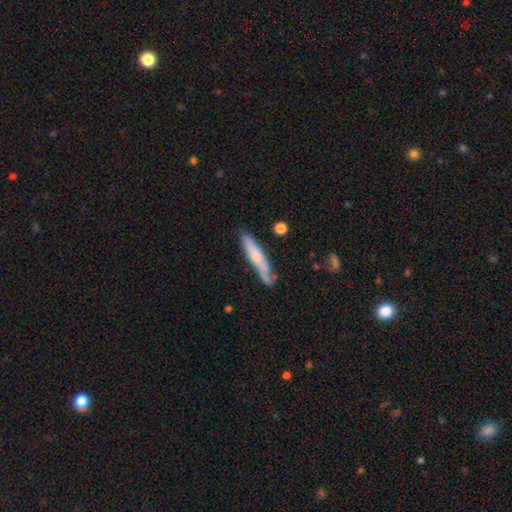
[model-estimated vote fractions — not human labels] Smooth or featured?
  - smooth: 62% *
  - featured or disk: 32%
  - star or artifact: 5%
How rounded?
  - cigar-shaped: 88% *
  - in between: 11%
  - round: 2%
Merging?
  - none: 68% *
  - minor disturbance: 21%
  - major disturbance: 5%
  - merger: 5%